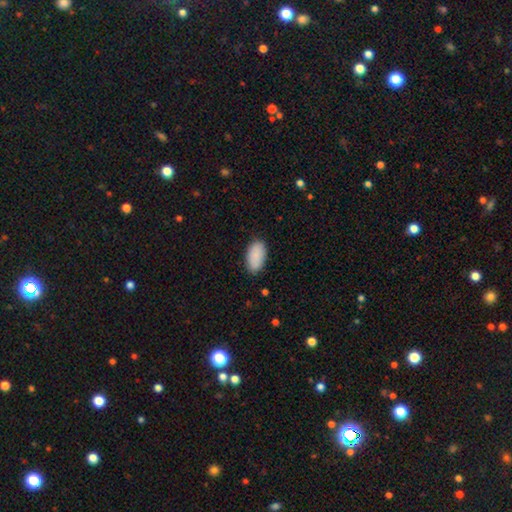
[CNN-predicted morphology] smooth_or_featured: smooth (p=0.89) [alt: star or artifact p=0.06]
how_rounded: in between (p=0.95) [alt: round p=0.03]
merging: none (p=0.83) [alt: minor disturbance p=0.13]